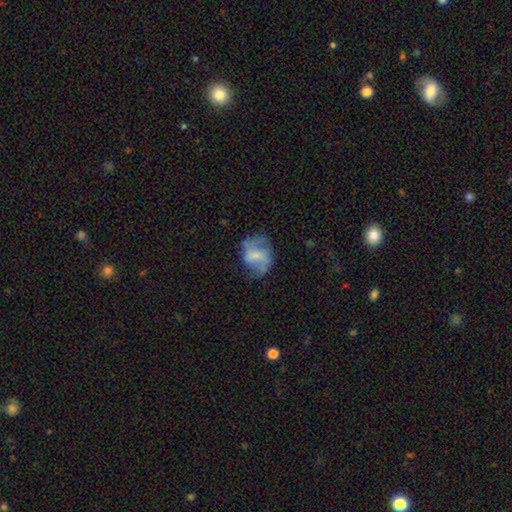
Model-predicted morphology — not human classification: Overall: featured or disk (52%; smooth 40%). Edge-on disk: no (97%). Bar: no (43%; weak 42%). Spiral arms: yes (68%; no 32%). Bulge size: small (42%; moderate 29%). Merging: none (54%; minor disturbance 25%).